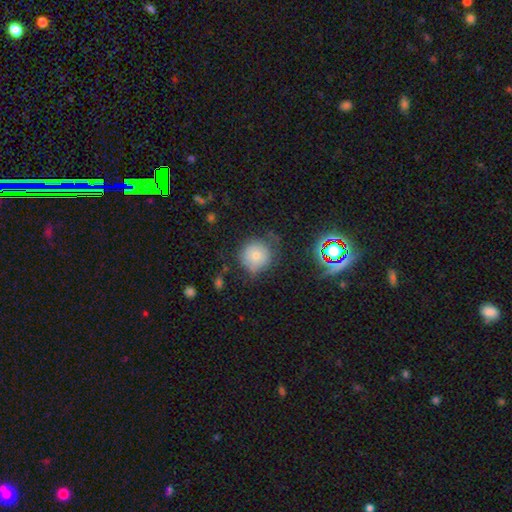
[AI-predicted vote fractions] A smooth galaxy with no disk features (69%) that is round (92%).

Vote fractions:
- Smooth or featured? smooth: 69% / featured or disk: 19% / star or artifact: 12%
- How rounded? round: 92% / in between: 7% / cigar-shaped: 1%
- Merging? none: 63% / minor disturbance: 24% / major disturbance: 10% / merger: 3%